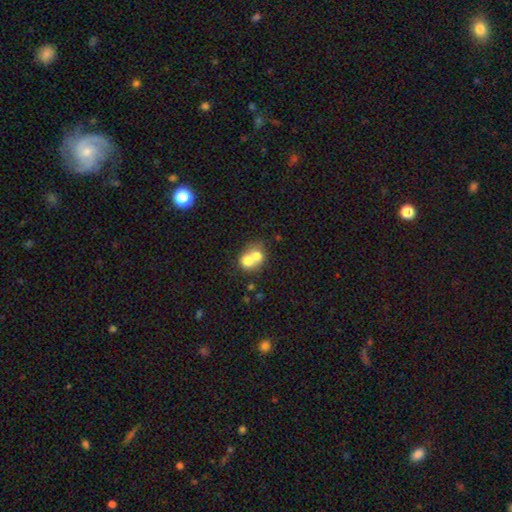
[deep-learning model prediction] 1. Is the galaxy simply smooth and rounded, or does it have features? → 67% smooth, 24% featured or disk, 9% star or artifact.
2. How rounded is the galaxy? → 66% round, 33% in between, 1% cigar-shaped.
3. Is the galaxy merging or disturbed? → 72% merger, 20% none, 5% minor disturbance, 3% major disturbance.